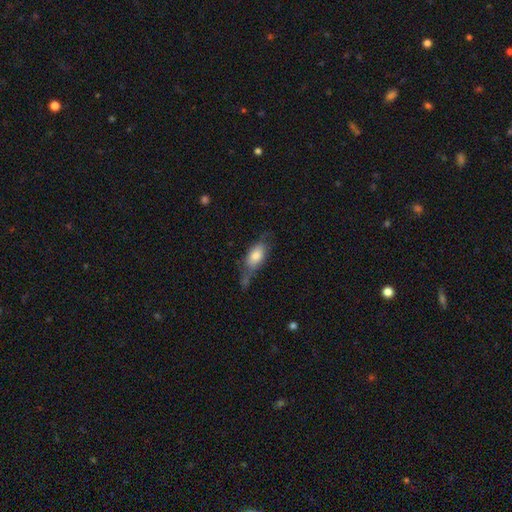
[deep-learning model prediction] A smooth galaxy with no disk features (66%) that is in between round and cigar-shaped (81%). Merging: none (43%).